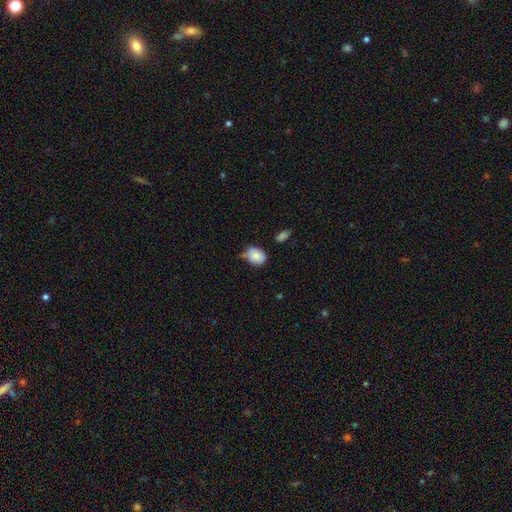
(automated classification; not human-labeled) Smooth or featured: smooth — 82% (featured or disk — 10%)
How rounded: in between — 58% (round — 41%)
Merging: none — 47% (minor disturbance — 40%)